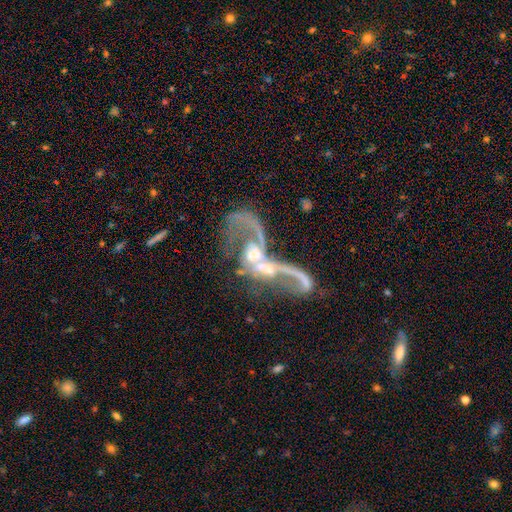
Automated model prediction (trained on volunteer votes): This is likely a featured or disk galaxy (76%). It is clearly not viewed edge-on (92%). Bar: likely no (66%). Spiral arm pattern: likely yes (62%). Central bulge: possibly moderate (46%). Merging: likely merger (64%).